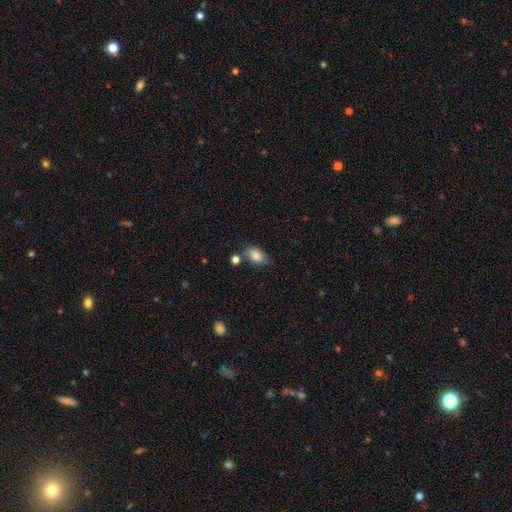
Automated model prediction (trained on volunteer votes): smooth 83%, star or artifact 9%, featured or disk 9%. Down the decision tree: how rounded — in between (85%); merging — none (64%).